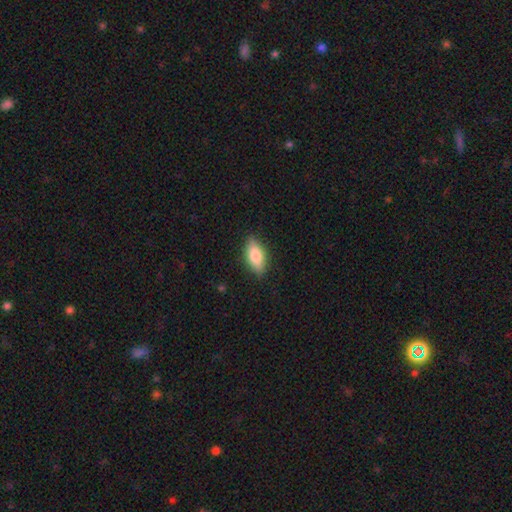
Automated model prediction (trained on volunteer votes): Morphology: type=smooth (75%); roundness=in between (81%); merging=none (86%).